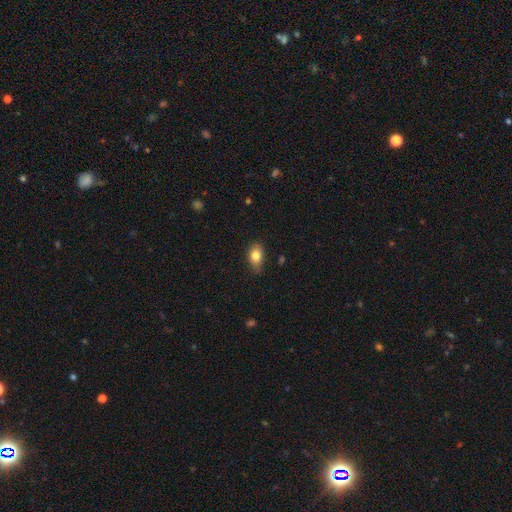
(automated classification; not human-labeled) smooth-or-featured: smooth: 81% | featured or disk: 11% | star or artifact: 8%
  how-rounded: in between: 82% | round: 16% | cigar-shaped: 2%
  merging: none: 72% | minor disturbance: 23% | major disturbance: 4% | merger: 1%